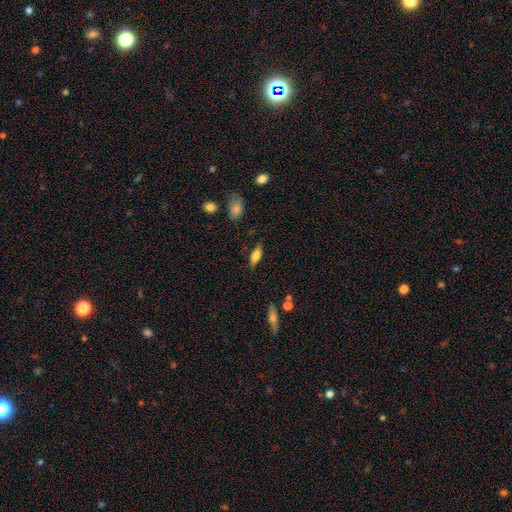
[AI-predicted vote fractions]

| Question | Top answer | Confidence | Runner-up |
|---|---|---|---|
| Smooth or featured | smooth | 66% | featured or disk (26%) |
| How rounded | in between | 68% | cigar-shaped (29%) |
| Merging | none | 81% | minor disturbance (14%) |